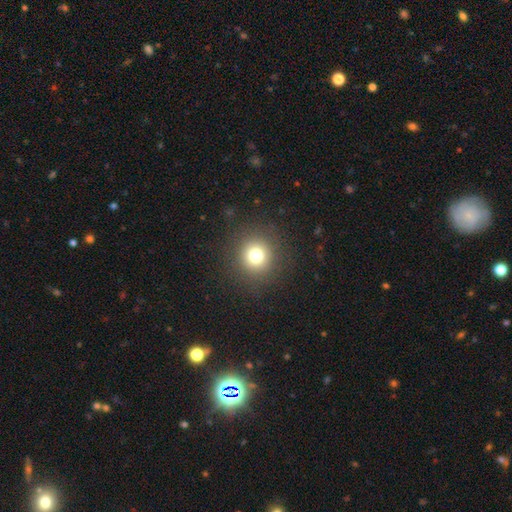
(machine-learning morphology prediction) This is likely a smooth galaxy (77%). How rounded: clearly round (93%). Merging: clearly none (90%).